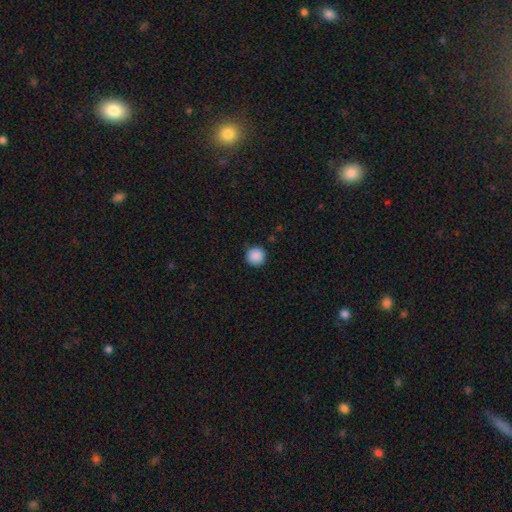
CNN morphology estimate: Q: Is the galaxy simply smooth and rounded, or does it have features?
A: smooth — 89%.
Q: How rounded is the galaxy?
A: round — 96%.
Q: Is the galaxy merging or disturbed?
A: none — 91%.